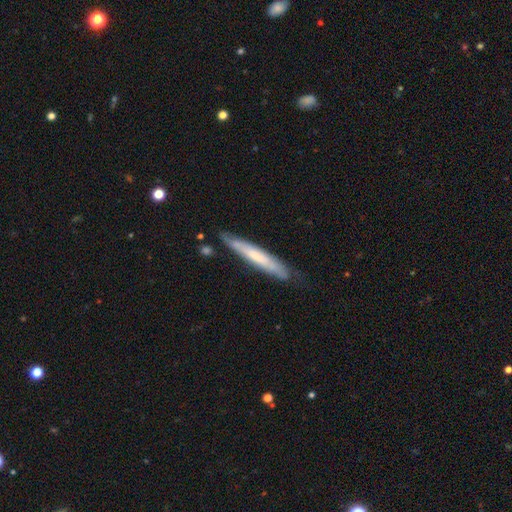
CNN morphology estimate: smooth_or_featured: smooth (p=0.48) [alt: featured or disk p=0.46]
merging: none (p=0.75) [alt: minor disturbance p=0.19]